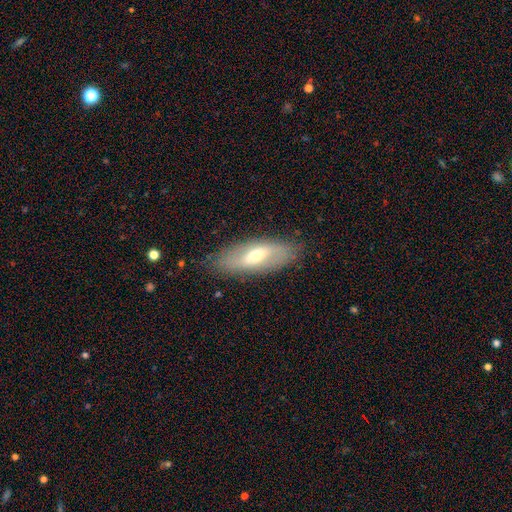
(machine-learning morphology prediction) Smooth or featured? Predicted: featured or disk (p=0.50). Edge-on disk? Predicted: no (p=0.73). Merging? Predicted: none (p=0.83).